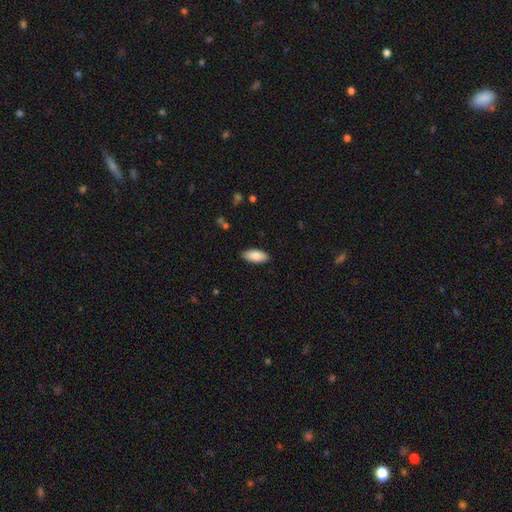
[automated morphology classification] smooth 86%, featured or disk 8%, star or artifact 6%. Down the decision tree: how rounded — in between (89%); merging — none (89%).